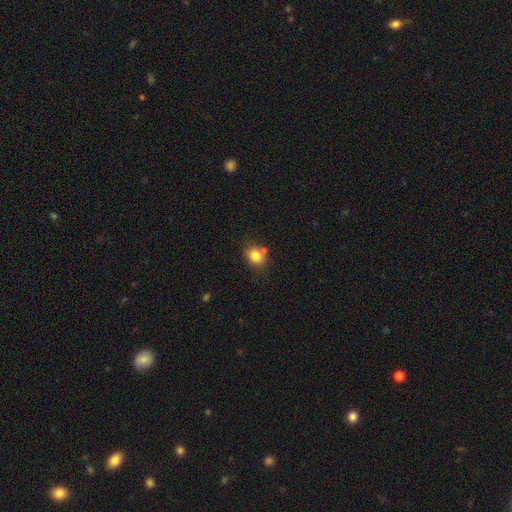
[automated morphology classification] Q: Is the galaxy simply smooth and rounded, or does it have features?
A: smooth — 82%.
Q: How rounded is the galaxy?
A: round — 58%.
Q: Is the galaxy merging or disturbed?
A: none — 67%.